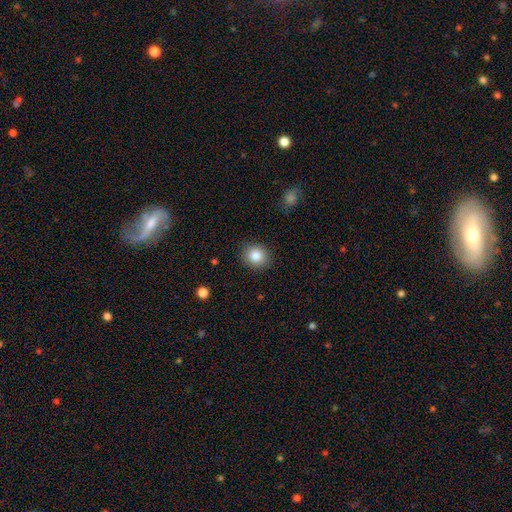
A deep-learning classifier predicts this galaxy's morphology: Smooth or featured?
  - smooth: 84% *
  - star or artifact: 9%
  - featured or disk: 6%
How rounded?
  - round: 82% *
  - in between: 17%
  - cigar-shaped: 1%
Merging?
  - none: 89% *
  - minor disturbance: 8%
  - major disturbance: 2%
  - merger: 1%